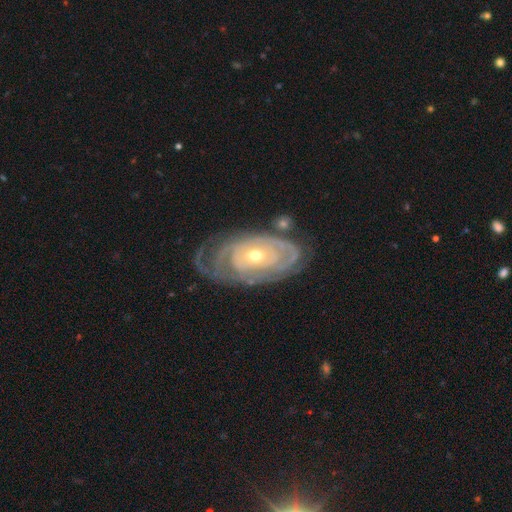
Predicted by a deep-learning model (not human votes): Overall: featured or disk (86%). Edge-on disk: no (95%). Bar: no (79%). Spiral arms: yes (88%). Spiral arm count: can't tell (43%; 2 20%). Spiral winding: tight (80%). Bulge size: moderate (49%; small 47%). Merging: none (58%; minor disturbance 22%).